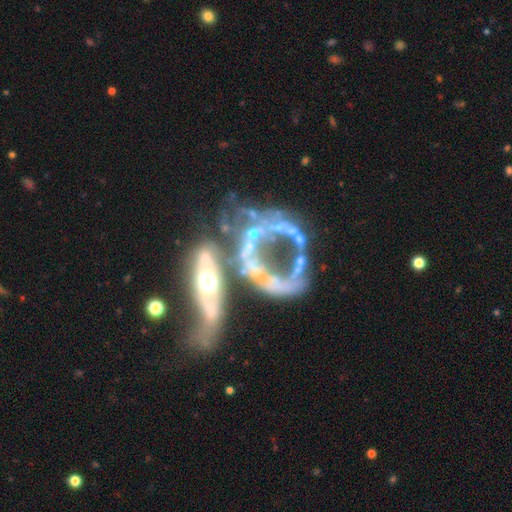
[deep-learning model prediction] Smooth or featured? featured or disk (72%)
Edge-on disk? no (90%)
Bar? no (81%)
Spiral arms? no (71%)
Bulge size? none (39%)
Merging? merger (47%)